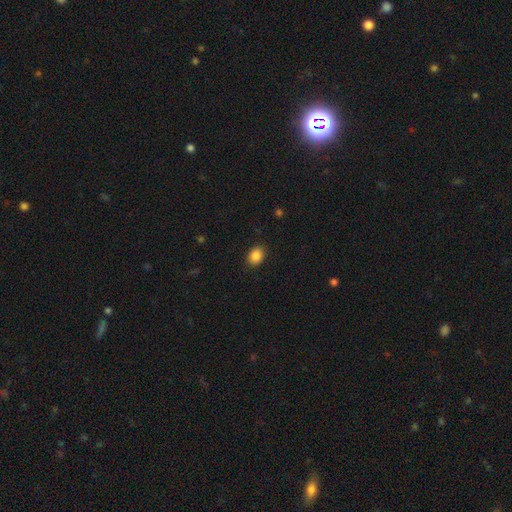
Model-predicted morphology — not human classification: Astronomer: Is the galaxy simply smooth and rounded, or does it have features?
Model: smooth — 87%.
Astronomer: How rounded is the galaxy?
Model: in between — 62% (runner-up: round, 37%).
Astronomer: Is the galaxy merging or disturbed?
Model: none — 88%.